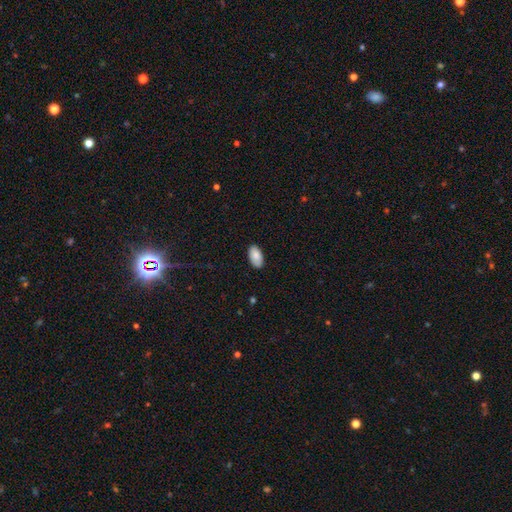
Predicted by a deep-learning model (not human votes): smooth 86%, featured or disk 7%, star or artifact 6%. Down the decision tree: how rounded — in between (96%); merging — none (86%).